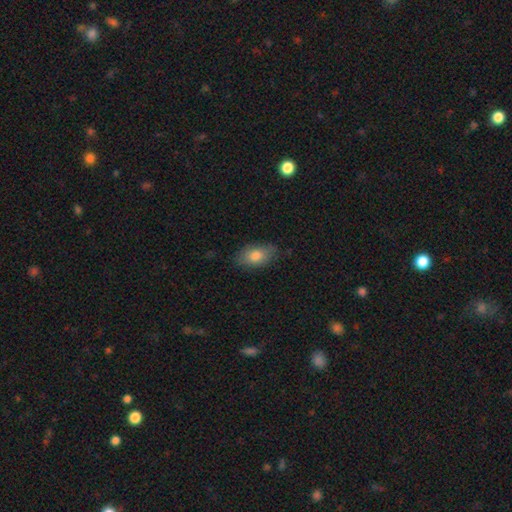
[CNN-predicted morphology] A smooth galaxy with no disk features (80%) that is in between round and cigar-shaped (90%).

Vote fractions:
- Smooth or featured? smooth: 80% / featured or disk: 13% / star or artifact: 7%
- How rounded? in between: 90% / round: 7% / cigar-shaped: 3%
- Merging? none: 80% / minor disturbance: 16% / major disturbance: 3% / merger: 1%